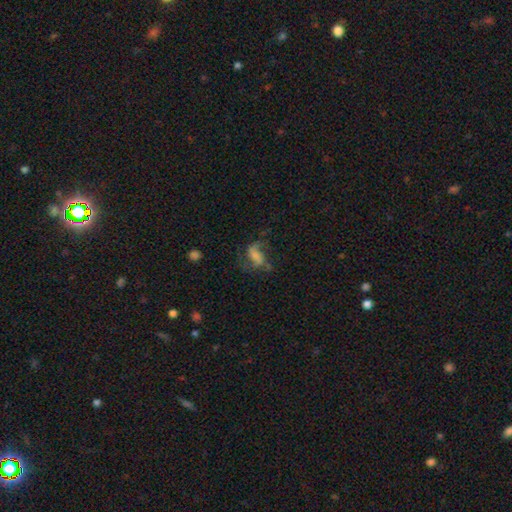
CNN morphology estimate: Overall: featured or disk (56%; smooth 29%). Edge-on disk: no (96%). Bar: weak (41%; no 37%). Spiral arms: yes (81%). Bulge size: none (33%; small 29%). Merging: none (47%; major disturbance 30%).